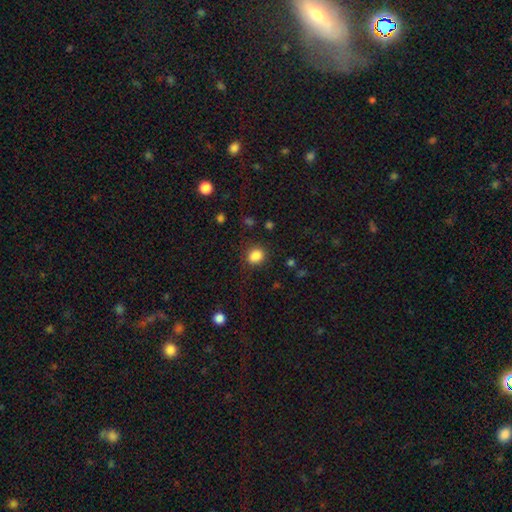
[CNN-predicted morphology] smooth 86%, star or artifact 10%, featured or disk 4%. Down the decision tree: how rounded — round (59%); merging — none (82%).